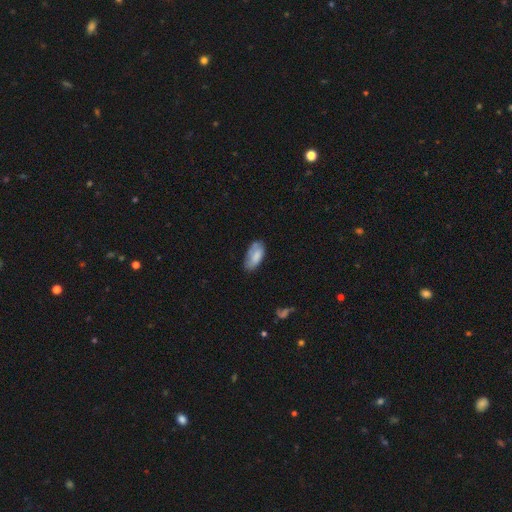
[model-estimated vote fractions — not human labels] The model was most divided on "merging": none: 60%, minor disturbance: 30%, major disturbance: 8%, merger: 2%. More confident: how rounded — in between (92%); smooth or featured — smooth (78%).